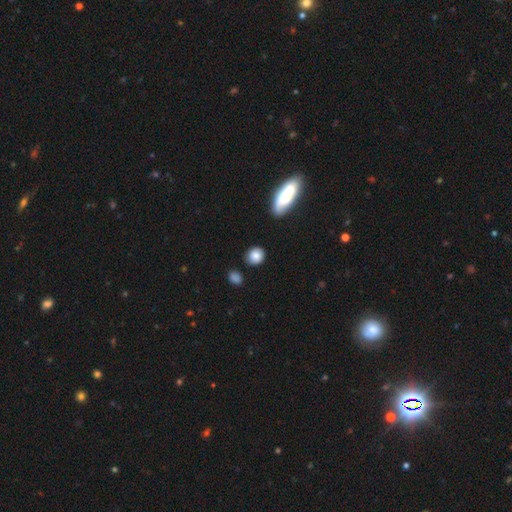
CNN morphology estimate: Q: Smooth or featured?
A: smooth (84%); runner-up: star or artifact (9%)
Q: How rounded?
A: round (76%); runner-up: in between (23%)
Q: Merging?
A: none (81%); runner-up: minor disturbance (13%)